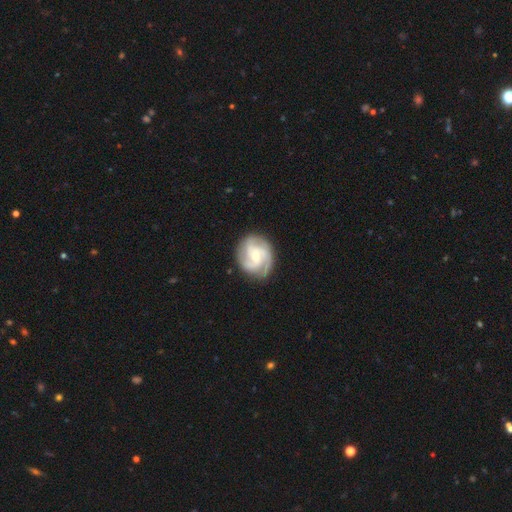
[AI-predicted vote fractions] Smooth or featured? featured or disk (86%)
Edge-on disk? no (98%)
Bar? weak (46%)
Spiral arms? yes (97%)
Spiral winding? tight (46%)
Spiral arm count? 3 (62%)
Bulge size? moderate (49%)
Merging? none (81%)